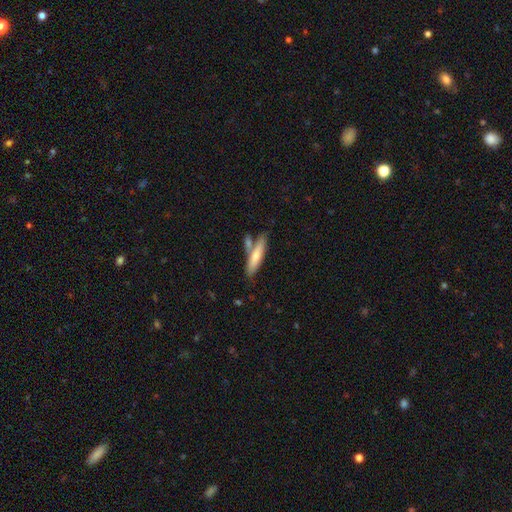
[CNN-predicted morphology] smooth_or_featured: smooth (p=0.68) [alt: featured or disk p=0.27]
how_rounded: cigar-shaped (p=0.77) [alt: in between p=0.21]
merging: none (p=0.62) [alt: merger p=0.21]